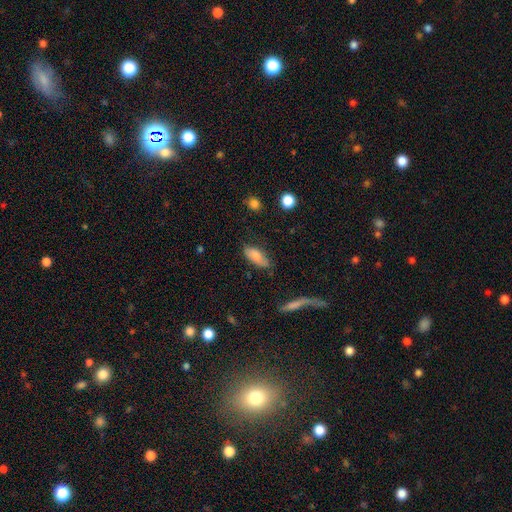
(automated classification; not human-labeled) Smooth or featured?
  - smooth: 80% *
  - featured or disk: 13%
  - star or artifact: 7%
How rounded?
  - in between: 80% *
  - cigar-shaped: 18%
  - round: 3%
Merging?
  - none: 69% *
  - minor disturbance: 23%
  - major disturbance: 6%
  - merger: 3%